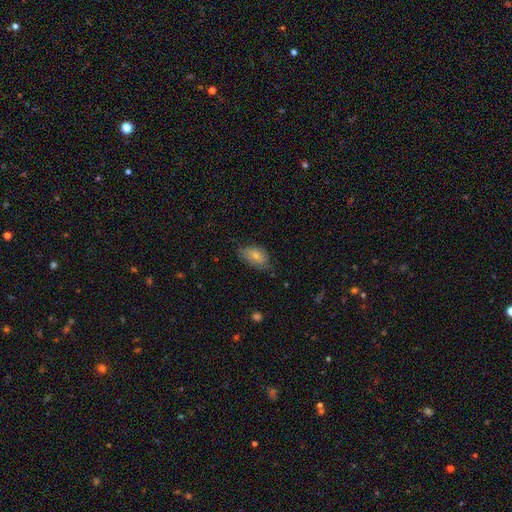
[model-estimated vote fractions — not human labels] Morphology: type=smooth (76%); roundness=in between (92%); merging=none (66%).